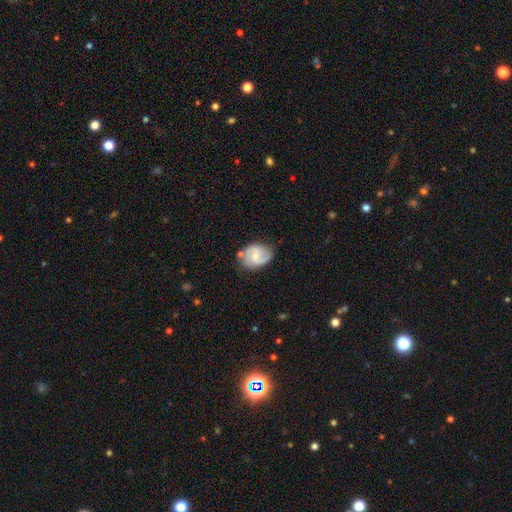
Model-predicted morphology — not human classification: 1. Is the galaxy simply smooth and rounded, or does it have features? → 71% featured or disk, 23% smooth, 6% star or artifact.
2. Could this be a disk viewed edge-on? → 97% no, 3% yes.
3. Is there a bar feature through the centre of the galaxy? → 49% weak, 42% no, 9% strong.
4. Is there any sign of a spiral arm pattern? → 93% yes, 7% no.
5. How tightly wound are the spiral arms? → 50% medium, 26% tight, 24% loose.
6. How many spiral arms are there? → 84% 2, 8% can't tell, 4% 1, 2% 3, 1% 4, 1% more than 4.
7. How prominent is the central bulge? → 50% small, 39% moderate, 8% none, 2% large, 1% dominant.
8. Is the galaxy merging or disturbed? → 70% none, 20% minor disturbance, 5% major disturbance, 4% merger.